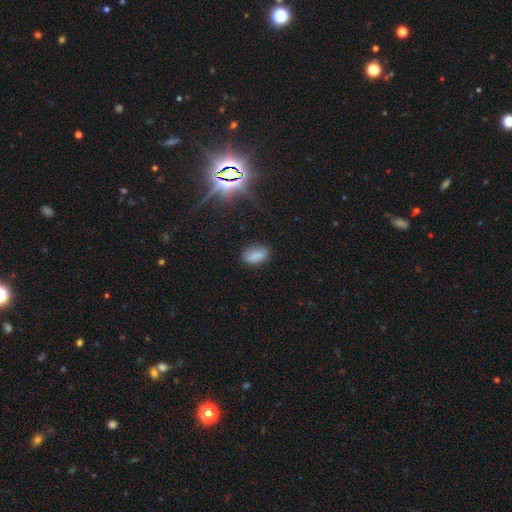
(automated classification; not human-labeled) Q: Smooth or featured?
A: smooth (80%); runner-up: star or artifact (12%)
Q: How rounded?
A: in between (91%); runner-up: round (6%)
Q: Merging?
A: none (78%); runner-up: minor disturbance (17%)